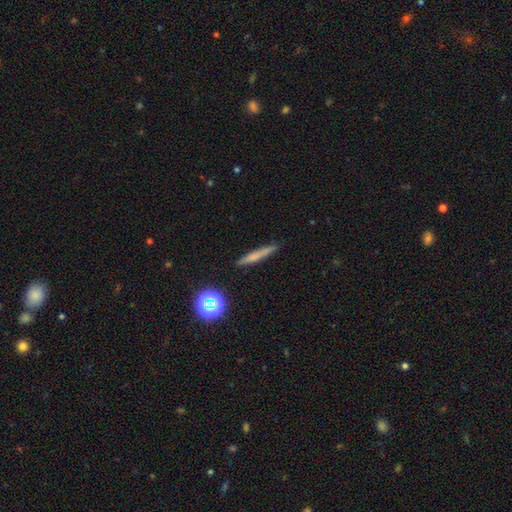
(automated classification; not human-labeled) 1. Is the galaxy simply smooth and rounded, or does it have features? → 60% smooth, 30% featured or disk, 10% star or artifact.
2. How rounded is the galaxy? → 92% cigar-shaped, 4% in between, 3% round.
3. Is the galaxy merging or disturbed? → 89% none, 8% minor disturbance, 2% major disturbance, 1% merger.